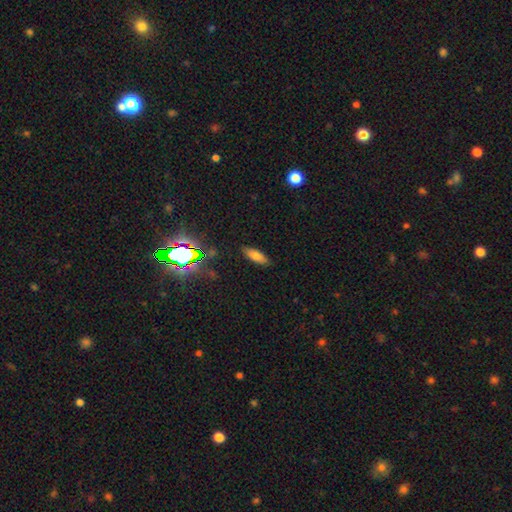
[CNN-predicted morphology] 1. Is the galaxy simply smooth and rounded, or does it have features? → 73% smooth, 13% featured or disk, 13% star or artifact.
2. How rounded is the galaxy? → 68% in between, 30% cigar-shaped, 3% round.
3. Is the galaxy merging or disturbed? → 86% none, 10% minor disturbance, 2% major disturbance, 1% merger.